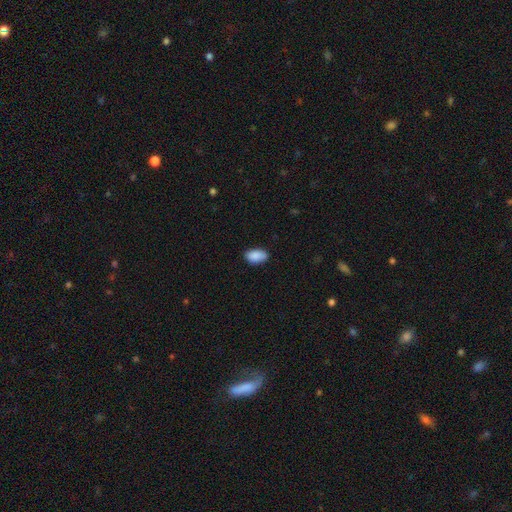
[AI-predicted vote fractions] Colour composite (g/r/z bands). It shows a smooth galaxy with no disk features (89%) that is in between round and cigar-shaped (93%). Merging: none (82%).